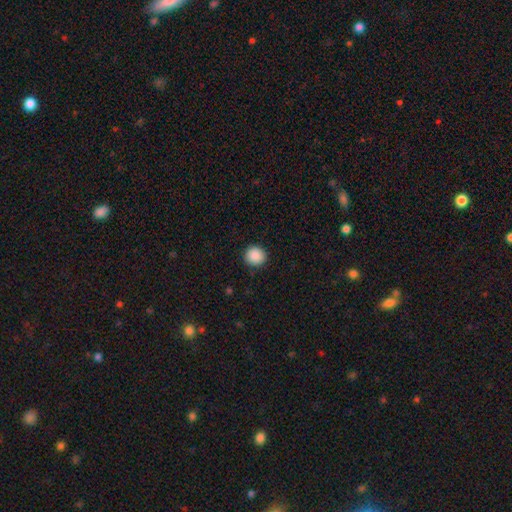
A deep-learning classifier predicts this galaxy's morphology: smooth 89%, star or artifact 8%, featured or disk 2%. Down the decision tree: how rounded — round (91%); merging — none (91%).